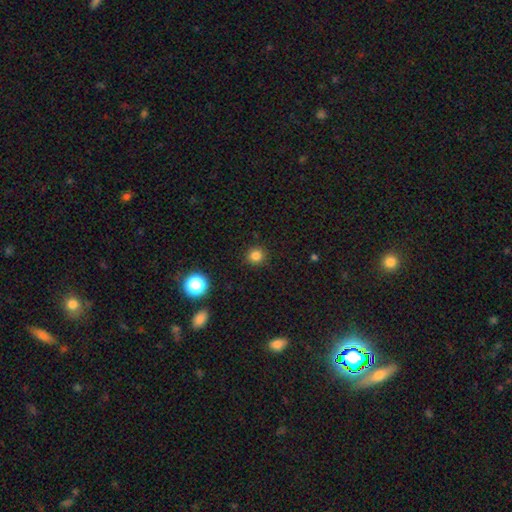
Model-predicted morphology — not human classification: A smooth galaxy with no disk features (82%) that is round (91%).

Vote fractions:
- Smooth or featured? smooth: 82% / star or artifact: 14% / featured or disk: 4%
- How rounded? round: 91% / in between: 8% / cigar-shaped: 1%
- Merging? none: 91% / minor disturbance: 6% / major disturbance: 2% / merger: 1%